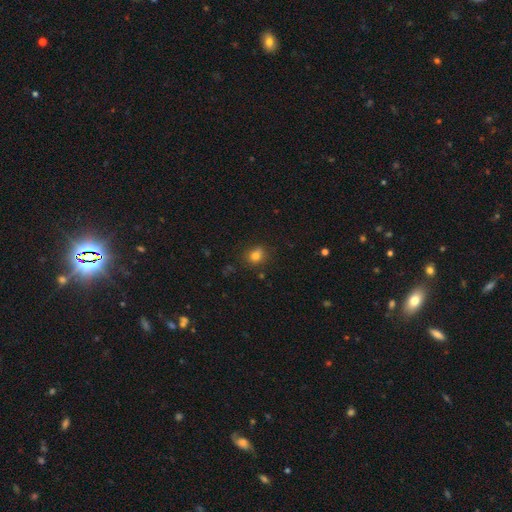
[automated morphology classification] Smooth or featured? smooth (80%)
How rounded? round (62%)
Merging? none (81%)